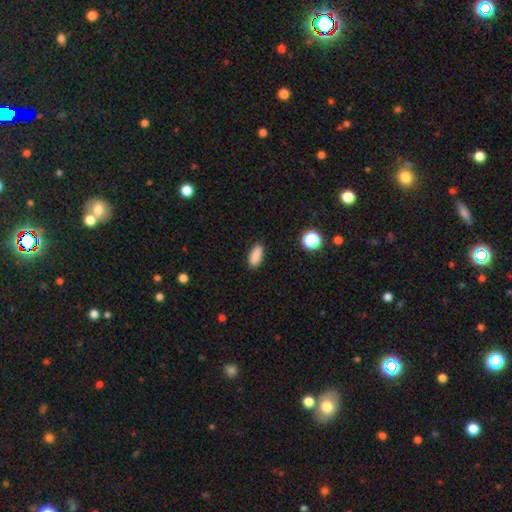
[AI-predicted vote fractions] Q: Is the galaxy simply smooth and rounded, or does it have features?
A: smooth — 87%.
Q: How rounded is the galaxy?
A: in between — 81%.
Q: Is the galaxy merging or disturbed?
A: none — 88%.